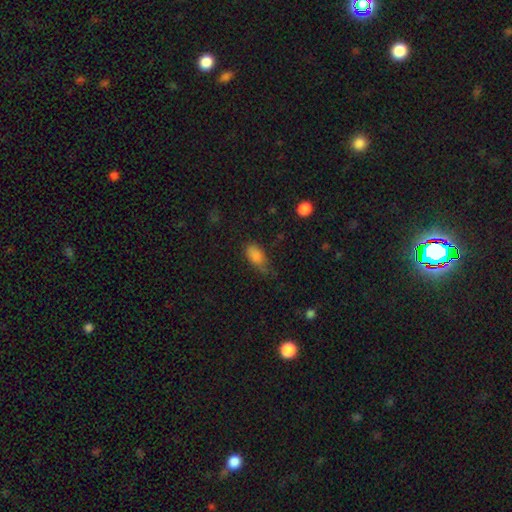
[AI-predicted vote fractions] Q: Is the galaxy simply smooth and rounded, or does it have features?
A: smooth — 83%.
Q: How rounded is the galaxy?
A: in between — 88%.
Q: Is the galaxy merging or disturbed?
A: none — 54%.